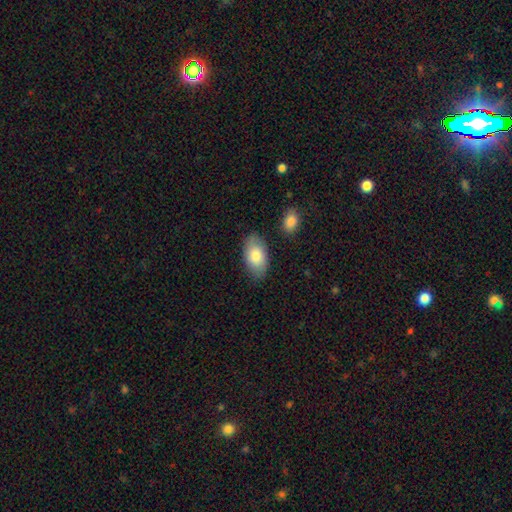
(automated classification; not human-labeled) Morphology: type=smooth (79%); roundness=in between (94%); merging=none (79%).